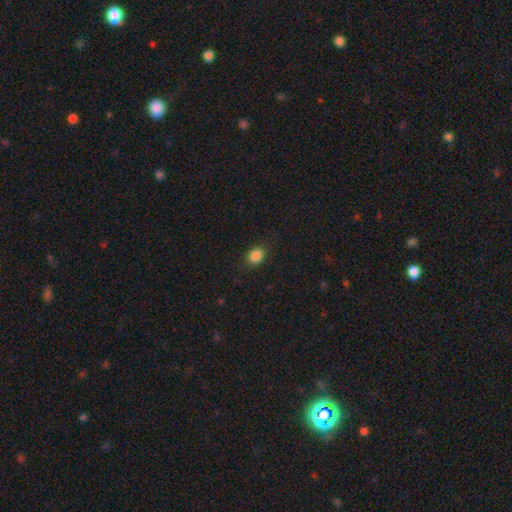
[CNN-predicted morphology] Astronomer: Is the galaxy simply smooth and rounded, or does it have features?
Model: smooth — 85%.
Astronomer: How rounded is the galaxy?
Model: round — 56% (runner-up: in between, 42%).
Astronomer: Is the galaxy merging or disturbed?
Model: none — 83%.